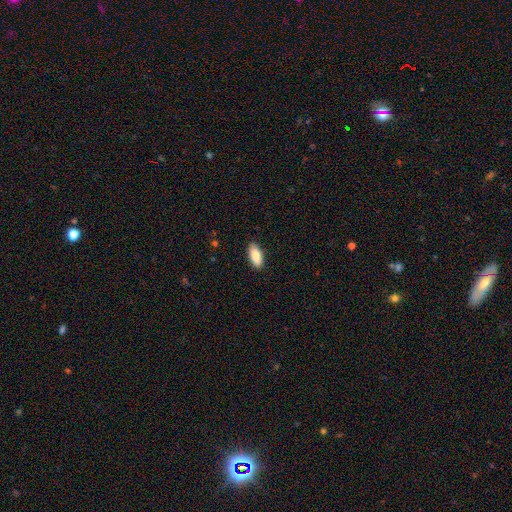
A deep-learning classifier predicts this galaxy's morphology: Q: Smooth or featured?
A: smooth (83%); runner-up: featured or disk (11%)
Q: How rounded?
A: in between (88%); runner-up: cigar-shaped (10%)
Q: Merging?
A: none (89%); runner-up: minor disturbance (8%)